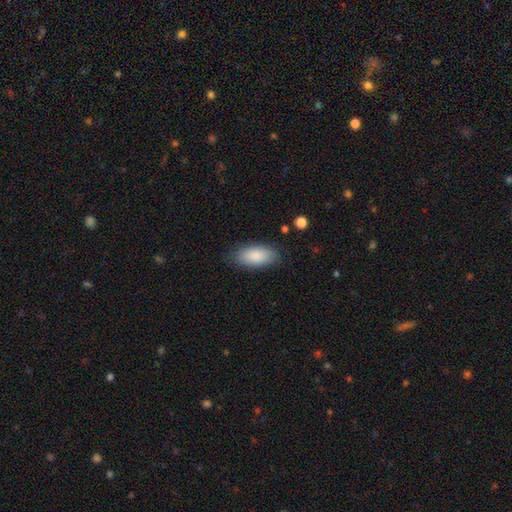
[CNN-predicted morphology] A smooth galaxy with no disk features (88%) that is in between round and cigar-shaped (92%). Merging: none (81%).